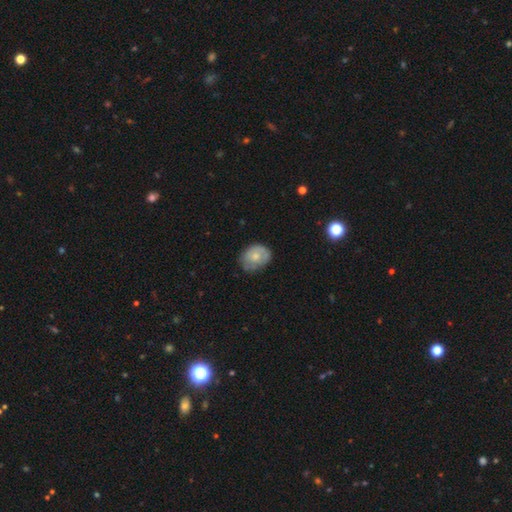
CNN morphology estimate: A smooth galaxy with no disk features (63%) that is in between round and cigar-shaped (55%). Merging: none (61%).